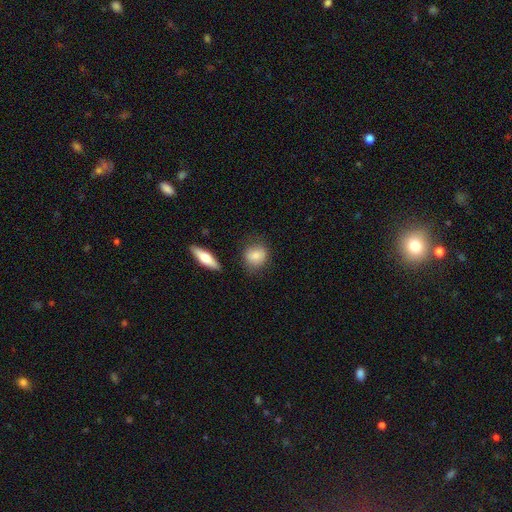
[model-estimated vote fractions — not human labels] A smooth galaxy with no disk features (83%) that is round (58%).

Vote fractions:
- Smooth or featured? smooth: 83% / featured or disk: 10% / star or artifact: 7%
- How rounded? round: 58% / in between: 39% / cigar-shaped: 3%
- Merging? none: 74% / minor disturbance: 18% / major disturbance: 5% / merger: 4%